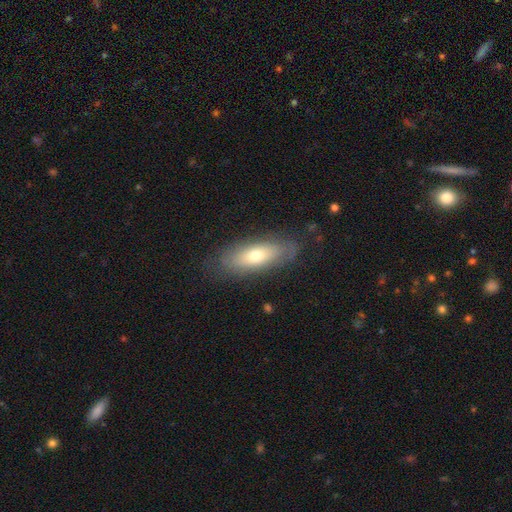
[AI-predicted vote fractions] smooth 63%, featured or disk 30%, star or artifact 7%. Down the decision tree: how rounded — in between (68%); merging — none (79%).